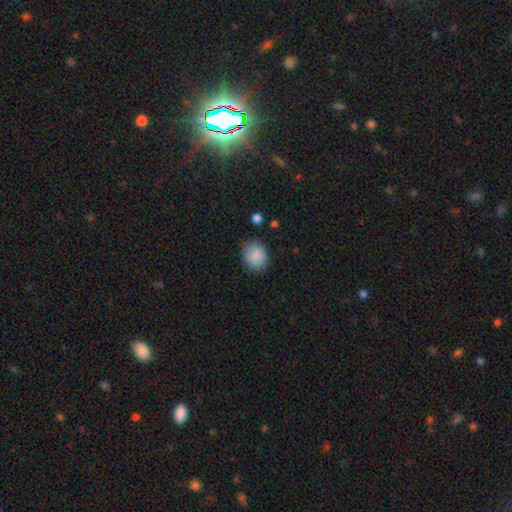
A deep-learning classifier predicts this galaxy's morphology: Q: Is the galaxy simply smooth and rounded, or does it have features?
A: smooth — 87%.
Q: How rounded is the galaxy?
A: round — 65%.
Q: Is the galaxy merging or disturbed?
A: none — 80%.